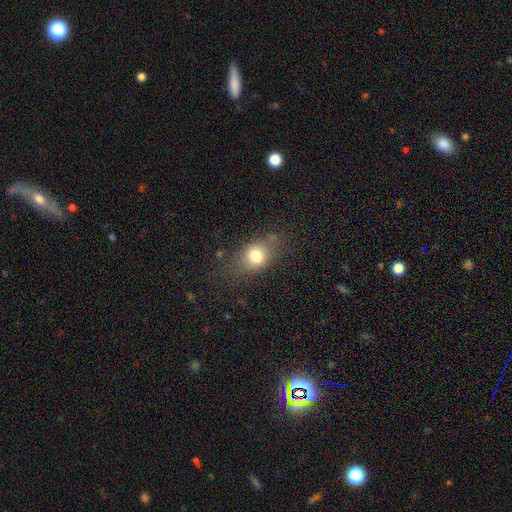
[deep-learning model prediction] A smooth galaxy with no disk features (73%) that is in between round and cigar-shaped (57%).

Vote fractions:
- Smooth or featured? smooth: 73% / featured or disk: 16% / star or artifact: 11%
- How rounded? in between: 57% / round: 39% / cigar-shaped: 4%
- Merging? none: 62% / minor disturbance: 23% / major disturbance: 13% / merger: 3%